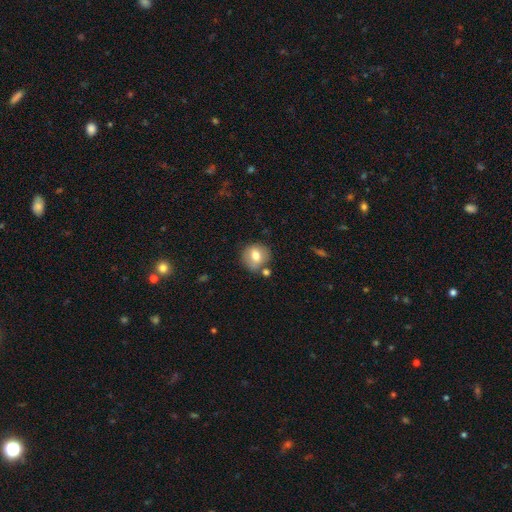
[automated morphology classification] Smooth or featured: smooth — 71% (featured or disk — 20%)
How rounded: round — 85% (in between — 14%)
Merging: none — 74% (minor disturbance — 13%)